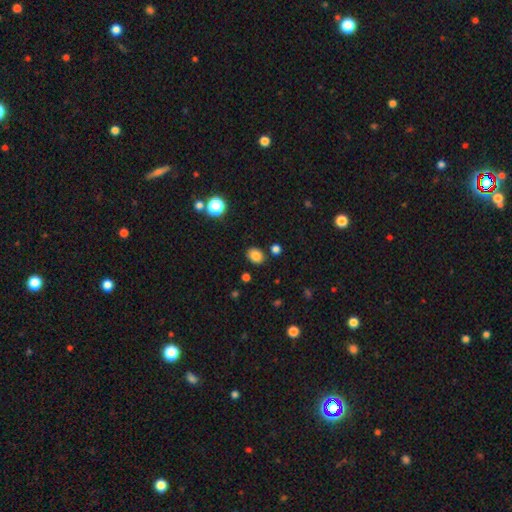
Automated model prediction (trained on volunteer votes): This appears to be a smooth galaxy with no disk features (82%) that is in between round and cigar-shaped (52%). Merging: none (83%).